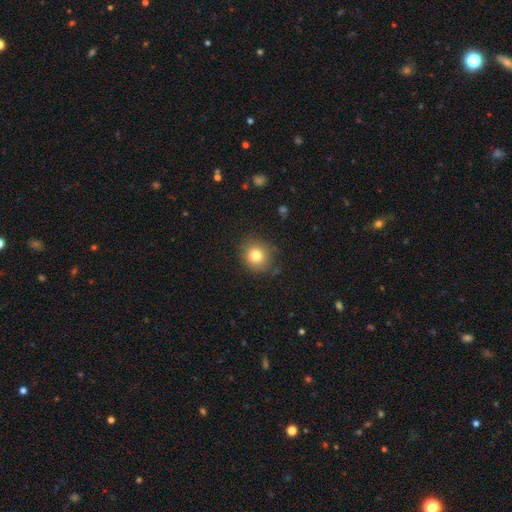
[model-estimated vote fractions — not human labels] Smooth or featured?
  - smooth: 79% *
  - star or artifact: 12%
  - featured or disk: 10%
How rounded?
  - round: 87% *
  - in between: 12%
  - cigar-shaped: 1%
Merging?
  - none: 84% *
  - minor disturbance: 12%
  - major disturbance: 3%
  - merger: 1%